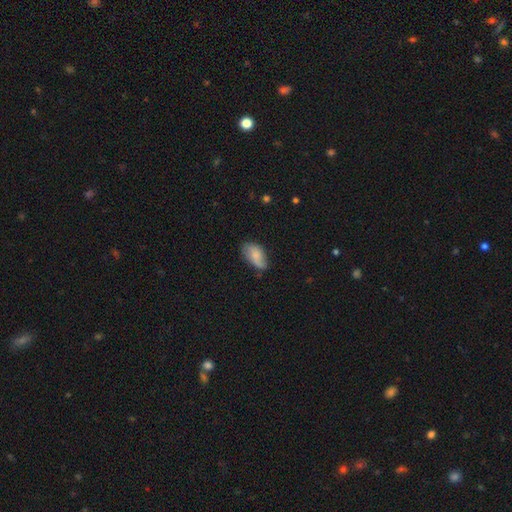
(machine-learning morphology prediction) type=smooth (71%); roundness=in between (93%); merging=none (59%).